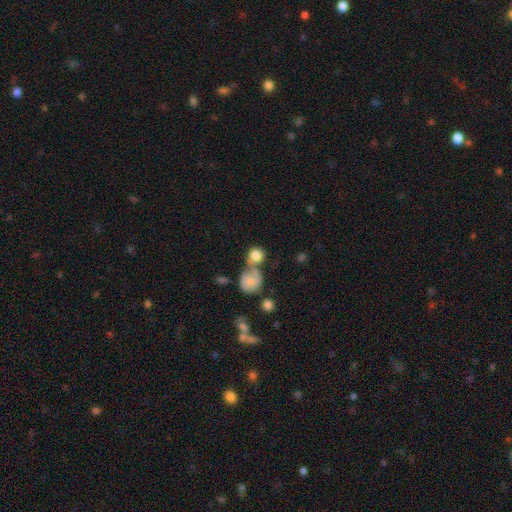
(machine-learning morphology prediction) Smooth or featured: smooth — 80% (featured or disk — 12%)
How rounded: round — 81% (in between — 17%)
Merging: merger — 47% (none — 36%)